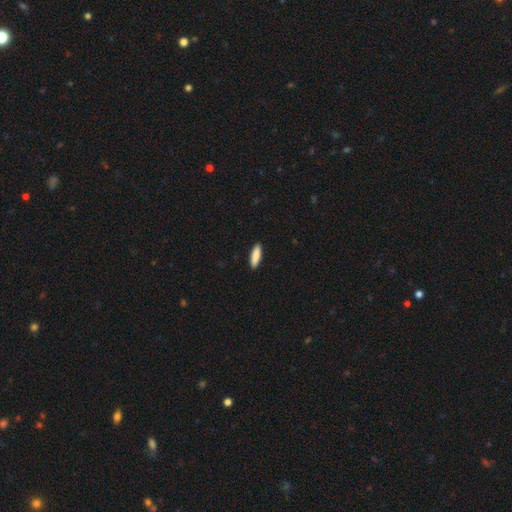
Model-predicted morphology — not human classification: A smooth galaxy with no disk features (89%) that is cigar-shaped (58%). Merging: none (91%).